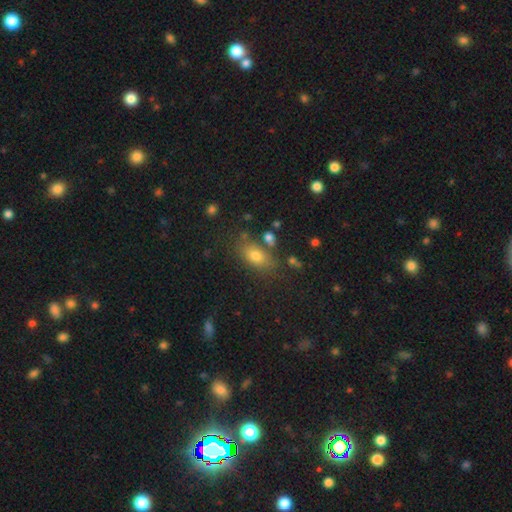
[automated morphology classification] Smooth or featured: smooth — 76% (featured or disk — 12%)
How rounded: in between — 82% (round — 12%)
Merging: none — 71% (minor disturbance — 15%)